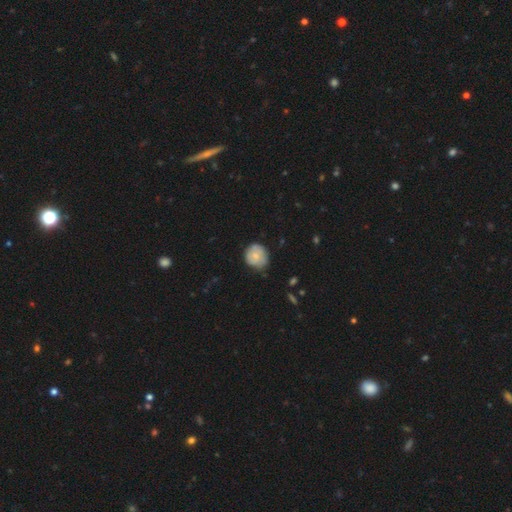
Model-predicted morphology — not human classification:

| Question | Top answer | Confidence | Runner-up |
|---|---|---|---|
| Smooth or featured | smooth | 70% | featured or disk (24%) |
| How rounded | round | 83% | in between (16%) |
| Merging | none | 64% | minor disturbance (29%) |